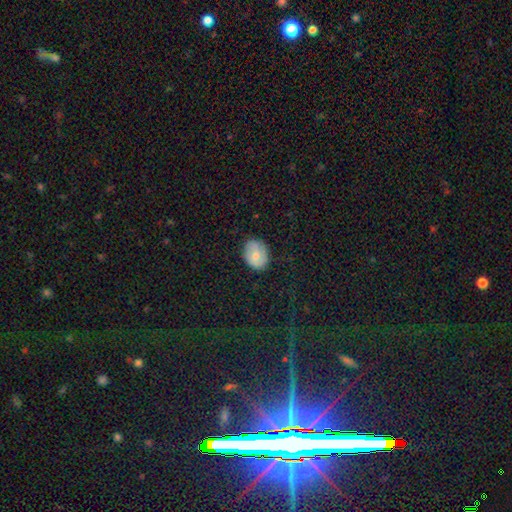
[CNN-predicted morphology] smooth 67%, featured or disk 25%, star or artifact 8%. Down the decision tree: how rounded — in between (59%); merging — none (77%).